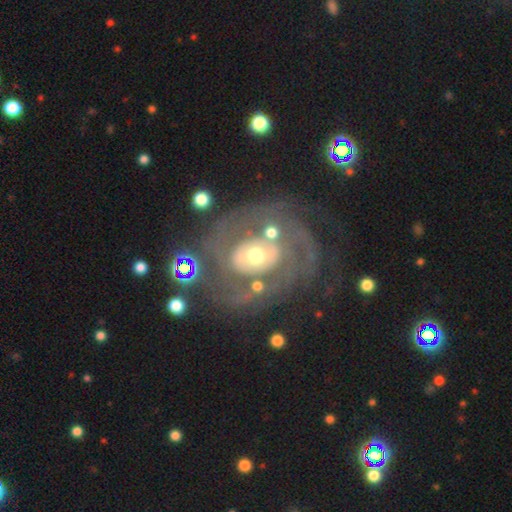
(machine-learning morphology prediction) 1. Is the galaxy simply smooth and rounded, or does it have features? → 81% featured or disk, 12% smooth, 7% star or artifact.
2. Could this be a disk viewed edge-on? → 97% no, 3% yes.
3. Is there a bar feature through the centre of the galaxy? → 73% no, 19% weak, 8% strong.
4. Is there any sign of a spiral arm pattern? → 74% yes, 26% no.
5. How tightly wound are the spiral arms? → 58% tight, 29% medium, 13% loose.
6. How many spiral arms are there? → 35% can't tell, 32% 2, 13% 3, 8% 1, 7% 4, 6% more than 4.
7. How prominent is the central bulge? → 63% moderate, 25% small, 9% large, 2% dominant, 1% none.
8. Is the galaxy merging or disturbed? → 61% none, 17% minor disturbance, 17% major disturbance, 5% merger.